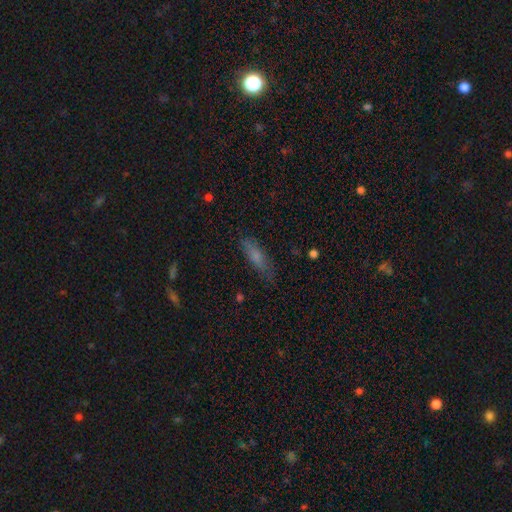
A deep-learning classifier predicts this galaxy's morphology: Overall: smooth (69%). How rounded: cigar-shaped (58%; in between 39%). Merging: none (77%).